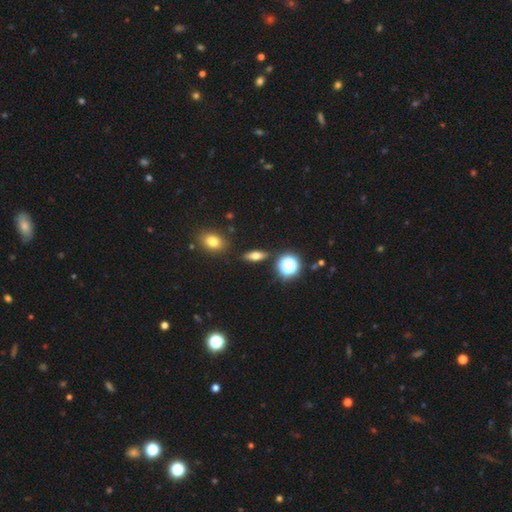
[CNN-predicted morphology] smooth-or-featured: smooth: 56% | featured or disk: 29% | star or artifact: 16%
  how-rounded: in between: 58% | cigar-shaped: 31% | round: 12%
  merging: none: 87% | minor disturbance: 8% | merger: 3% | major disturbance: 2%